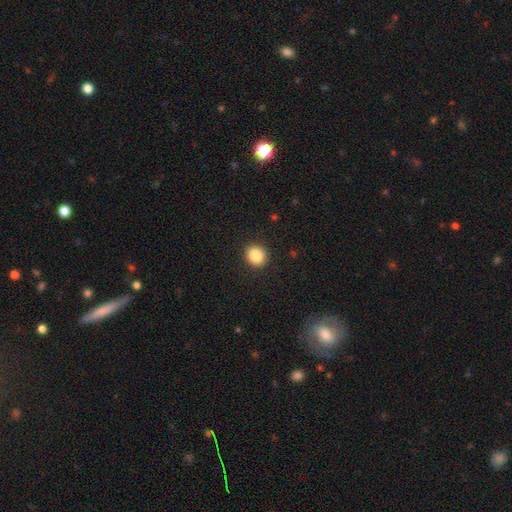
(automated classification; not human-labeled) Smooth or featured? Predicted: smooth (p=0.87). How rounded? Predicted: round (p=0.86). Merging? Predicted: none (p=0.92).